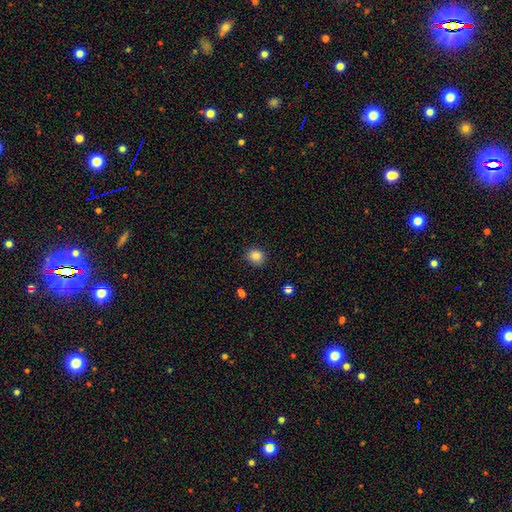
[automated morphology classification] A smooth galaxy with no disk features (85%) that is round (85%).

Vote fractions:
- Smooth or featured? smooth: 85% / star or artifact: 10% / featured or disk: 4%
- How rounded? round: 85% / in between: 15% / cigar-shaped: 1%
- Merging? none: 87% / minor disturbance: 9% / major disturbance: 2% / merger: 1%